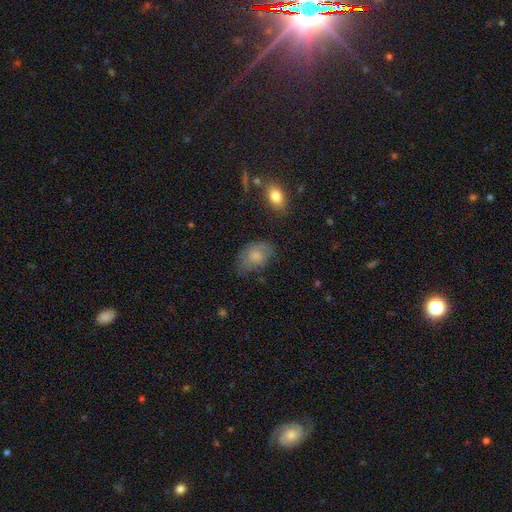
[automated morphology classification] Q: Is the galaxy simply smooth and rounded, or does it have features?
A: smooth — 55%.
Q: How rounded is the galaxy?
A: in between — 79%.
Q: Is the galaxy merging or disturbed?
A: none — 54%.